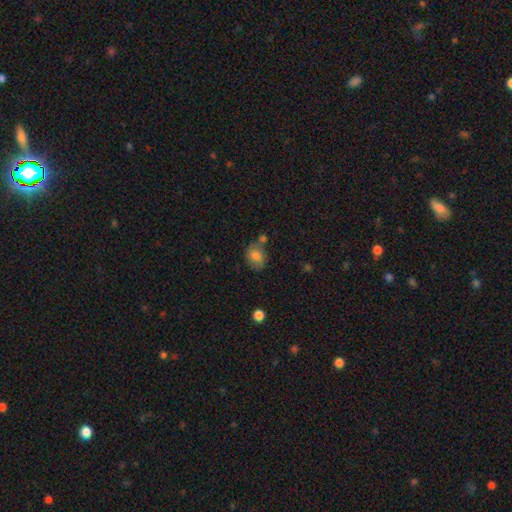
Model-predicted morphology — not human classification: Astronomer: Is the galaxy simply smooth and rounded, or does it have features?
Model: smooth — 77%.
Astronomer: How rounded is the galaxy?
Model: in between — 50% (runner-up: round, 49%).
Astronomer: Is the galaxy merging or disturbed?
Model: none — 58%.